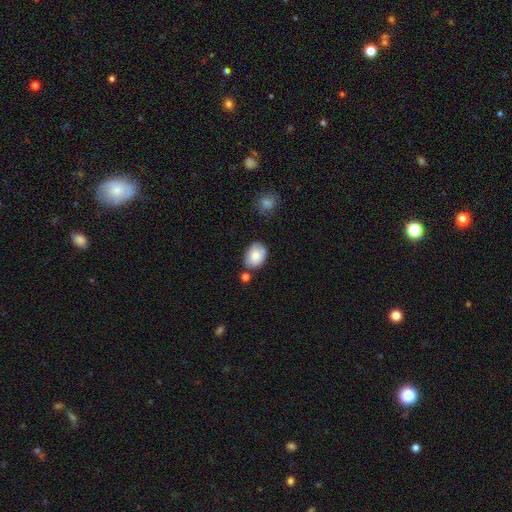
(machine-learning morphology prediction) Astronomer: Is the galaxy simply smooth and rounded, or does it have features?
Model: smooth — 79%.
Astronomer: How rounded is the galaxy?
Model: in between — 78%.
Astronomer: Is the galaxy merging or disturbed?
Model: none — 67%.